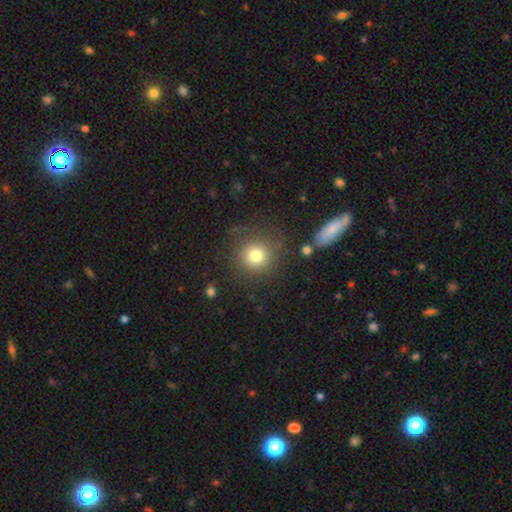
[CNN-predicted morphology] smooth 78%, star or artifact 12%, featured or disk 9%. Down the decision tree: how rounded — round (91%); merging — none (79%).